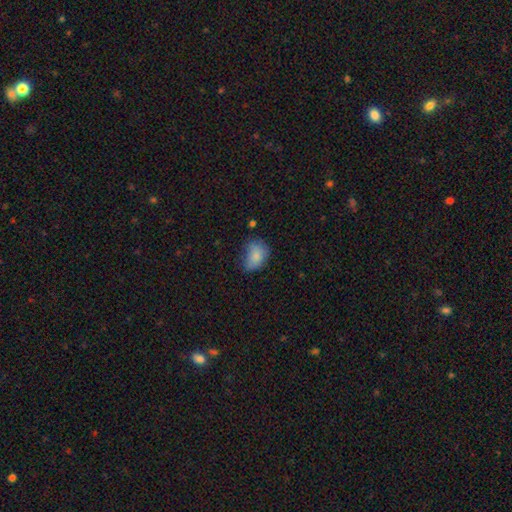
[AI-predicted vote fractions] Smooth or featured? smooth (80%)
How rounded? in between (70%)
Merging? none (47%)